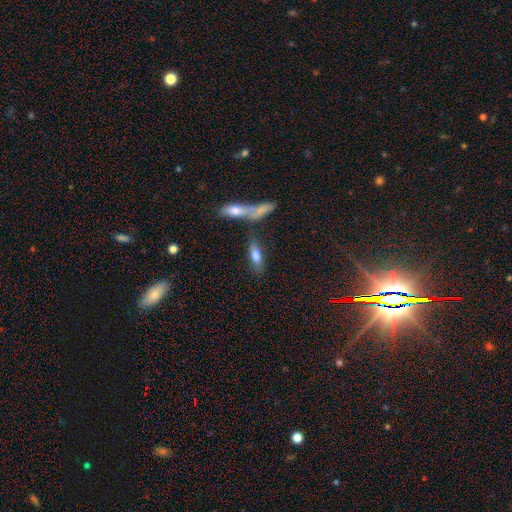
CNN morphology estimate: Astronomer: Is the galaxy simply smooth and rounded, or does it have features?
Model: smooth — 72%.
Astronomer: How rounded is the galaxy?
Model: in between — 55% (runner-up: cigar-shaped, 42%).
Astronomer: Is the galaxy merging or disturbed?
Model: none — 56%.